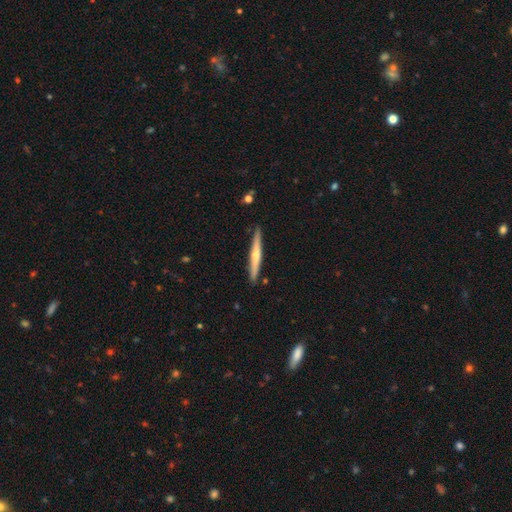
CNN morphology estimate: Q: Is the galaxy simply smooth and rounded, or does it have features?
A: featured or disk — 55%.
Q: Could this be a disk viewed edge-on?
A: yes — 96%.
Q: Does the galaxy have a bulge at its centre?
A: rounded — 75%.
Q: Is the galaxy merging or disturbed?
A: none — 89%.